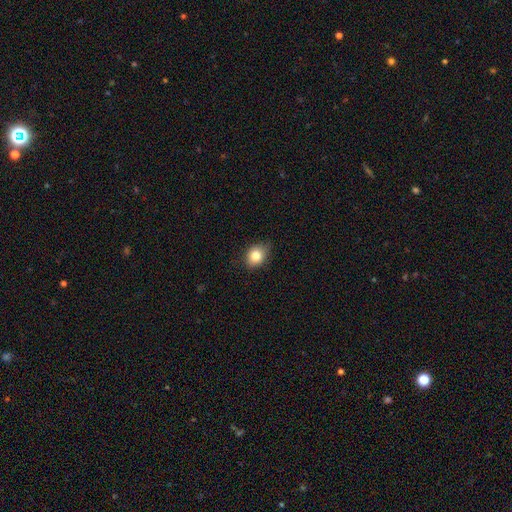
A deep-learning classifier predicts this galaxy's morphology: Smooth or featured?
  - smooth: 82% *
  - star or artifact: 10%
  - featured or disk: 8%
How rounded?
  - in between: 50% *
  - round: 49%
  - cigar-shaped: 1%
Merging?
  - none: 77% *
  - minor disturbance: 19%
  - major disturbance: 3%
  - merger: 1%